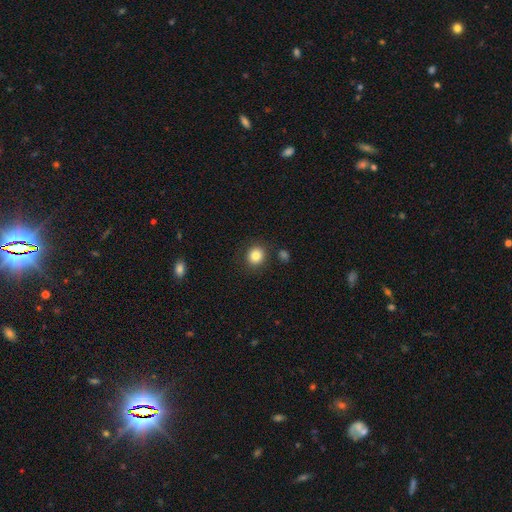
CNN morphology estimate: smooth_or_featured: smooth (p=0.83) [alt: star or artifact p=0.10]
how_rounded: round (p=0.86) [alt: in between p=0.13]
merging: none (p=0.86) [alt: minor disturbance p=0.08]